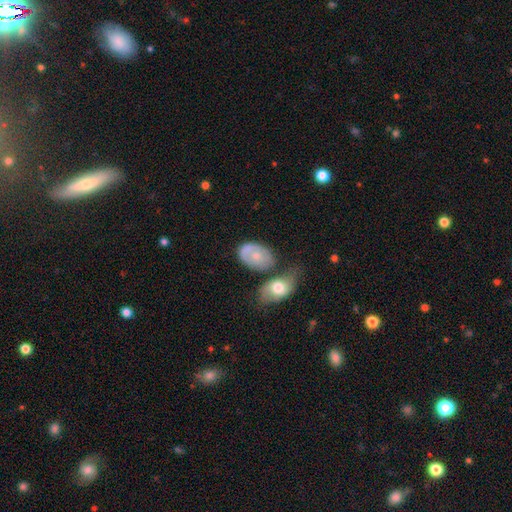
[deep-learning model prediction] Smooth or featured?
  - smooth: 62% *
  - featured or disk: 32%
  - star or artifact: 6%
How rounded?
  - in between: 83% *
  - round: 16%
  - cigar-shaped: 1%
Merging?
  - none: 41% *
  - merger: 25%
  - minor disturbance: 23%
  - major disturbance: 11%